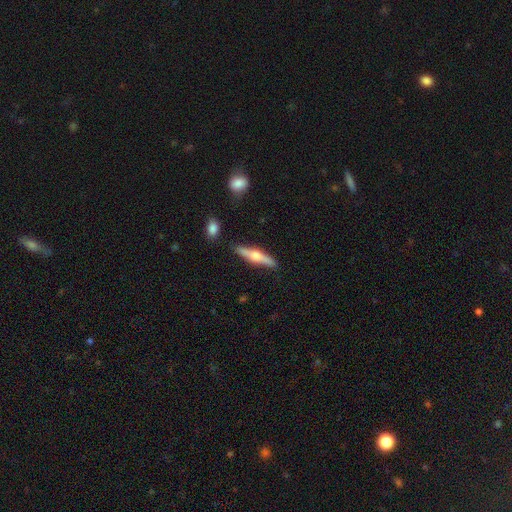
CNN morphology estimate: smooth-or-featured: featured or disk: 63% | smooth: 32% | star or artifact: 6%
  disk-edge-on: yes: 96% | no: 4%
    edge-on-bulge: rounded: 93% | boxy: 4% | none: 3%
  merging: none: 85% | minor disturbance: 10% | merger: 3% | major disturbance: 2%